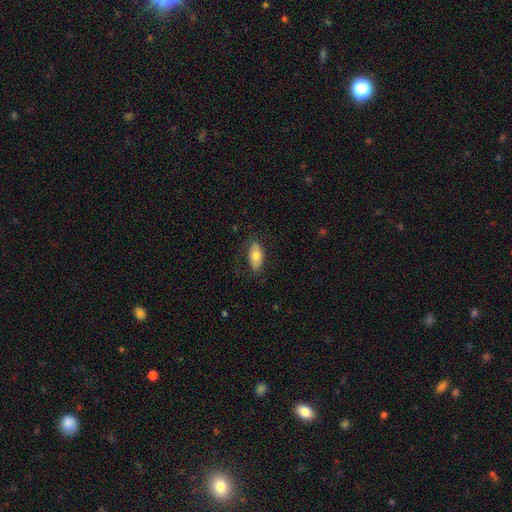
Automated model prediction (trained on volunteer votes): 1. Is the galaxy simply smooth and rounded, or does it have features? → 71% smooth, 22% featured or disk, 6% star or artifact.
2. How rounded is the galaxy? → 92% in between, 5% cigar-shaped, 4% round.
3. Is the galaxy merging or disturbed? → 79% none, 16% minor disturbance, 5% major disturbance, 1% merger.